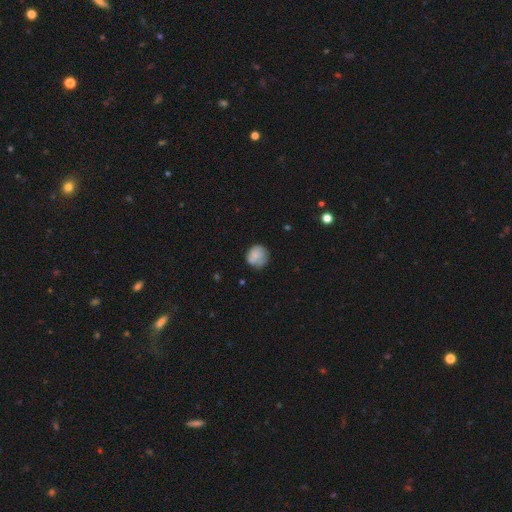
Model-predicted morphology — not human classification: This appears to be a smooth galaxy with no disk features (72%) that is round (82%). Merging: none (59%).